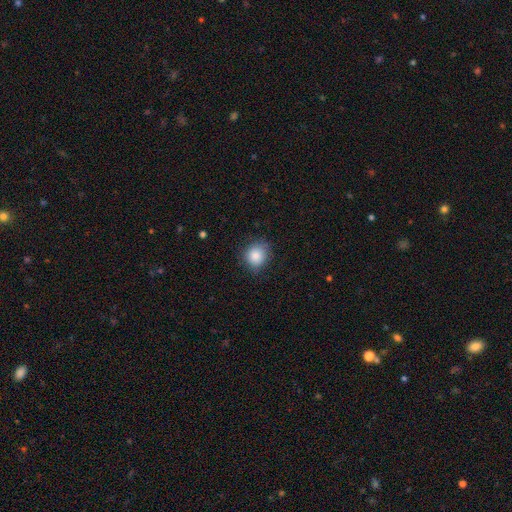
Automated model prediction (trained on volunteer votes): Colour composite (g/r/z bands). It shows a smooth galaxy with no disk features (86%) that is round (79%). Merging: none (79%).